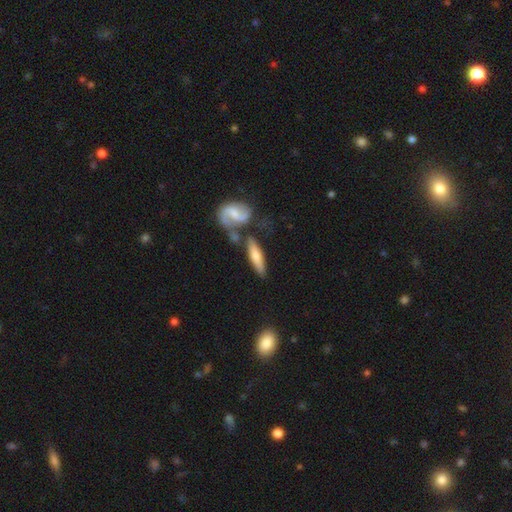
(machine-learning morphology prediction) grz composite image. It shows a featured or disk galaxy (47%, tied with smooth). Merging: none (56%).